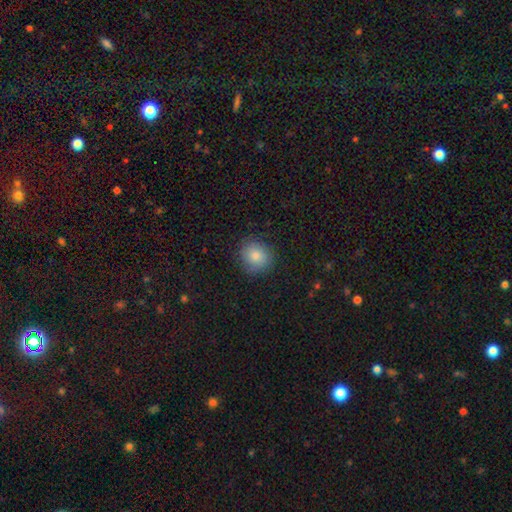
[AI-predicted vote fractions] Smooth or featured? Predicted: smooth (p=0.82). How rounded? Predicted: round (p=0.83). Merging? Predicted: none (p=0.83).